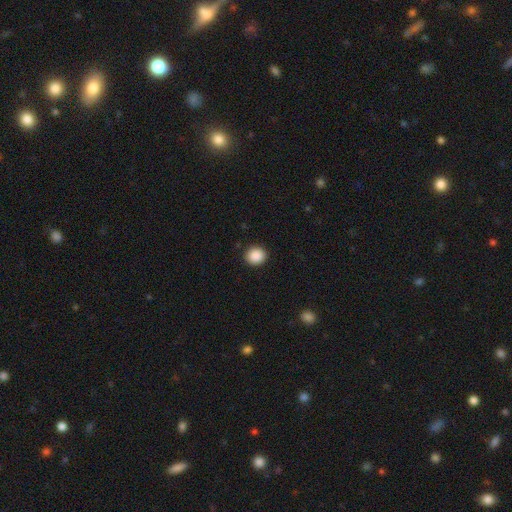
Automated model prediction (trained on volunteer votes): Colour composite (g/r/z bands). It shows a smooth galaxy with no disk features (89%) that is round (85%). Merging: none (91%).